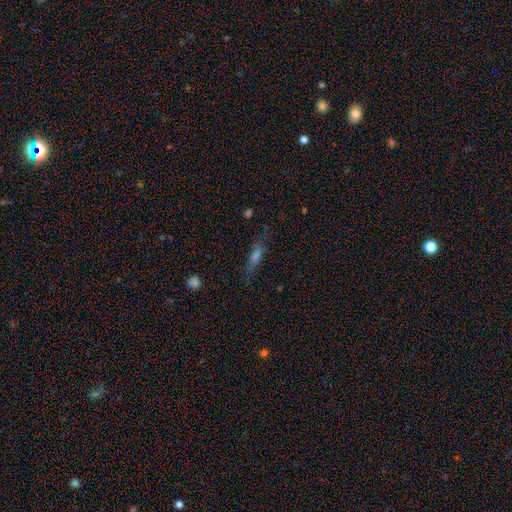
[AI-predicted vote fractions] smooth-or-featured: featured or disk: 42% | smooth: 40% | star or artifact: 18%
  merging: none: 73% | minor disturbance: 17% | major disturbance: 8% | merger: 3%